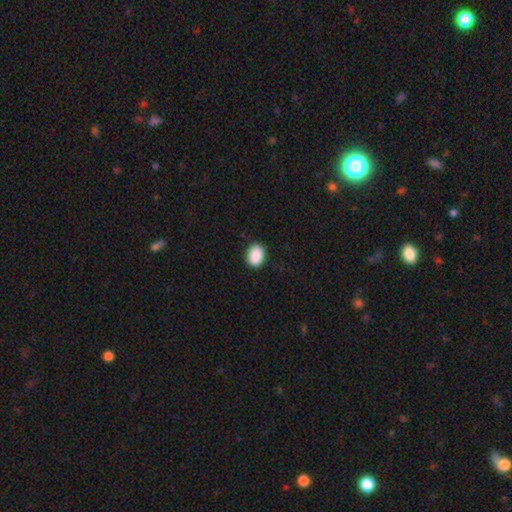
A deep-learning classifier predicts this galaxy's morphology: Q: Smooth or featured?
A: smooth (90%); runner-up: star or artifact (7%)
Q: How rounded?
A: in between (72%); runner-up: round (27%)
Q: Merging?
A: none (88%); runner-up: minor disturbance (9%)